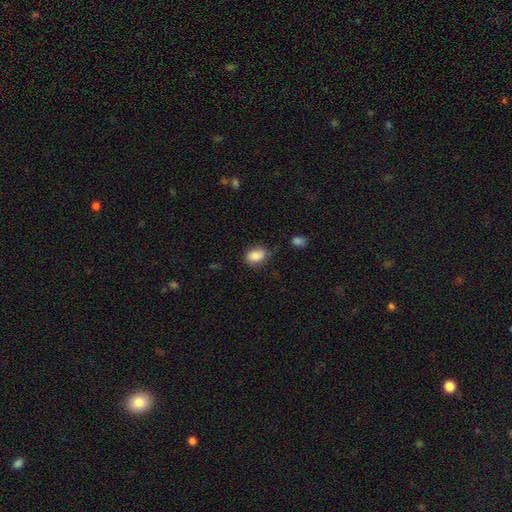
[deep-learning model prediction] Smooth or featured? Predicted: smooth (p=0.85). How rounded? Predicted: in between (p=0.80). Merging? Predicted: none (p=0.65).